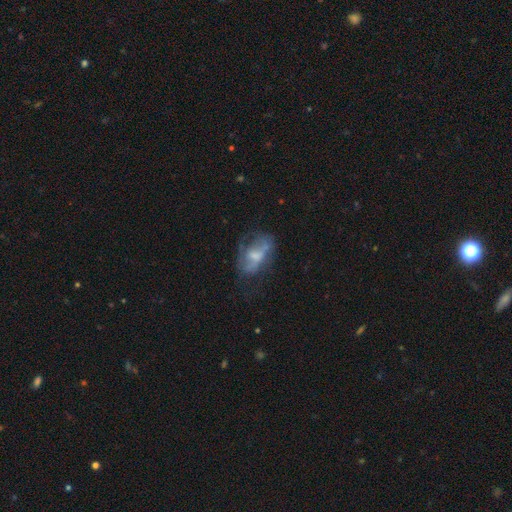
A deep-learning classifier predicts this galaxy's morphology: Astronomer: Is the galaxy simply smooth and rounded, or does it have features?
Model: featured or disk — 55% (runner-up: smooth, 36%).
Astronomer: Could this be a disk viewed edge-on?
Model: no — 94%.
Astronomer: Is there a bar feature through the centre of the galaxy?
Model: no — 58%.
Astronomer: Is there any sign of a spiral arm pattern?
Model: no — 55% (runner-up: yes, 45%).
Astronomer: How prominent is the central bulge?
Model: moderate — 38% (runner-up: small, 28%).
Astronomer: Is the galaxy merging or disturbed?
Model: none — 41% (runner-up: major disturbance, 30%).